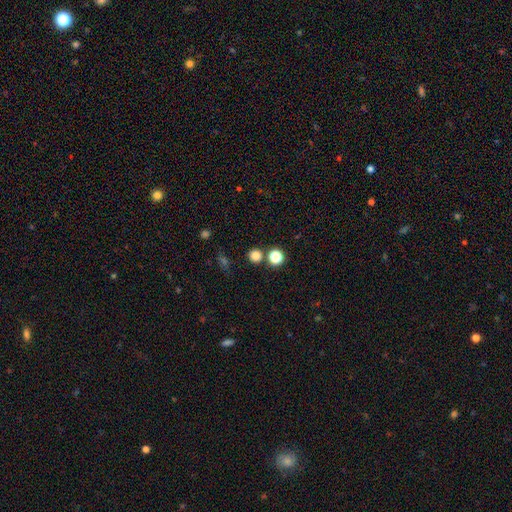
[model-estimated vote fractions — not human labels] This is likely a smooth galaxy (77%). How rounded: clearly round (91%). Merging: likely none (79%).